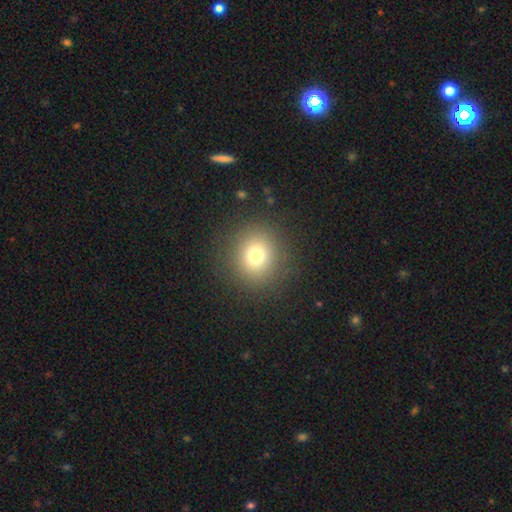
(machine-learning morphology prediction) smooth_or_featured: smooth (p=0.74) [alt: star or artifact p=0.16]
how_rounded: round (p=0.89) [alt: in between p=0.10]
merging: none (p=0.88) [alt: minor disturbance p=0.07]